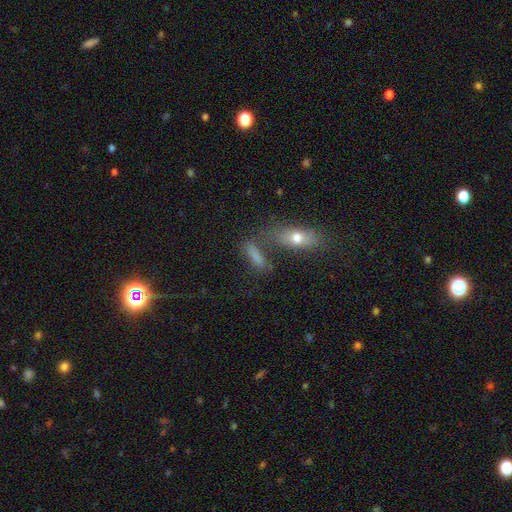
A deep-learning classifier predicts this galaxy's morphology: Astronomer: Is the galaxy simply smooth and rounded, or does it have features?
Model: smooth — 71%.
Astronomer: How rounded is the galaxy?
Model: cigar-shaped — 55% (runner-up: in between, 38%).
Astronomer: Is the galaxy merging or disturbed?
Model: none — 56%.